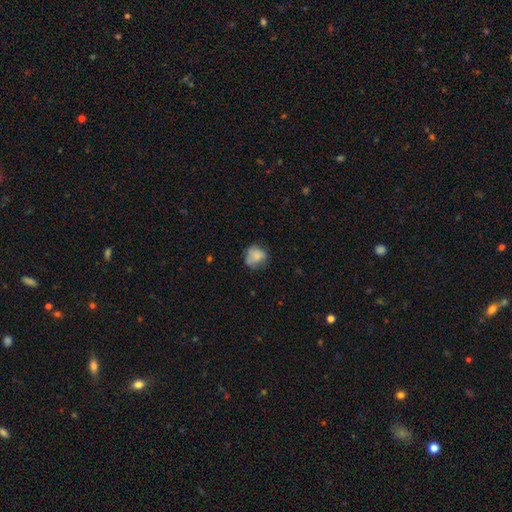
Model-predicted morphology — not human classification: Smooth or featured? smooth (74%)
How rounded? round (70%)
Merging? none (55%)